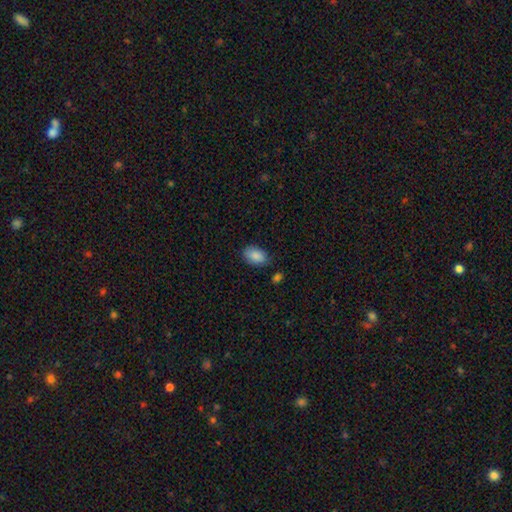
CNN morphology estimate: Smooth or featured? smooth (88%)
How rounded? in between (89%)
Merging? none (76%)